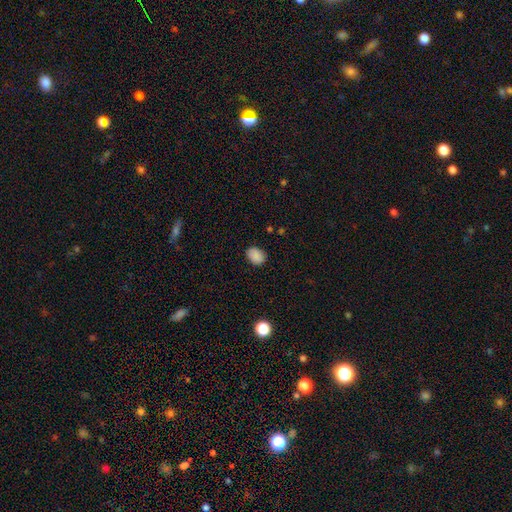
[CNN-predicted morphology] Smooth or featured? Predicted: smooth (p=0.86). How rounded? Predicted: in between (p=0.65). Merging? Predicted: none (p=0.84).